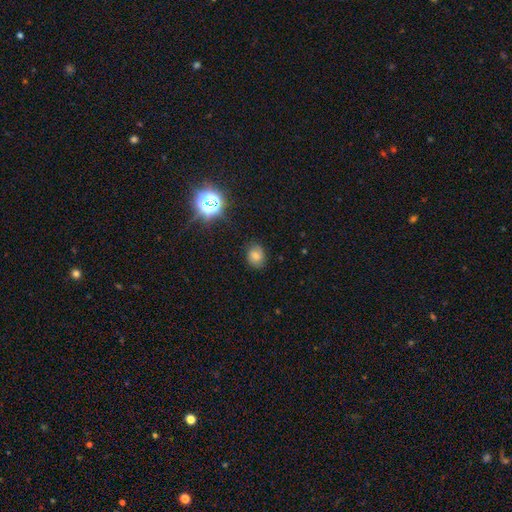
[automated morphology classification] Q: Smooth or featured?
A: smooth (69%); runner-up: star or artifact (17%)
Q: How rounded?
A: round (59%); runner-up: in between (40%)
Q: Merging?
A: none (79%); runner-up: minor disturbance (15%)